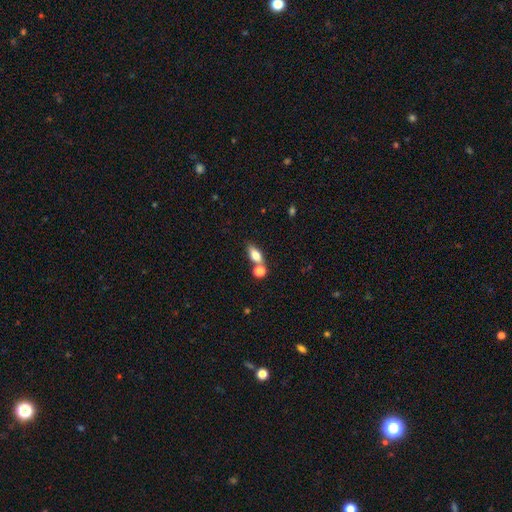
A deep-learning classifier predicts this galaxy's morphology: A smooth galaxy with no disk features (75%) that is in between round and cigar-shaped (77%). Merging: none (56%).